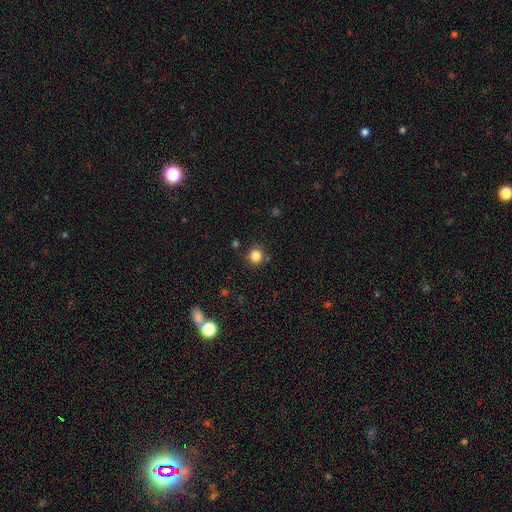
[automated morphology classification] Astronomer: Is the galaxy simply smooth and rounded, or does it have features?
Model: smooth — 83%.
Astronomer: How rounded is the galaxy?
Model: round — 90%.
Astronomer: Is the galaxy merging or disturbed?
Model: none — 84%.